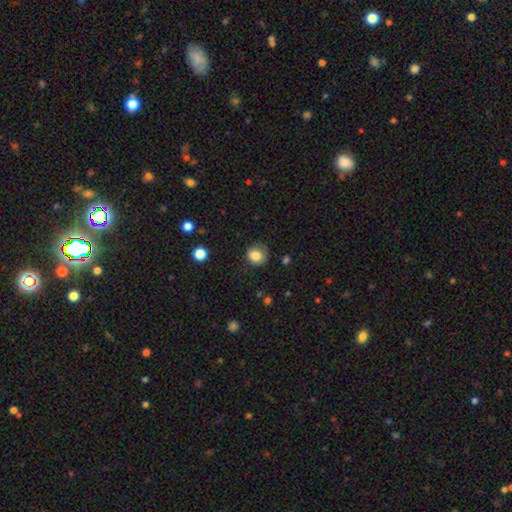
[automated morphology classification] smooth_or_featured: smooth (p=0.83) [alt: star or artifact p=0.10]
how_rounded: round (p=0.80) [alt: in between p=0.19]
merging: none (p=0.75) [alt: minor disturbance p=0.18]